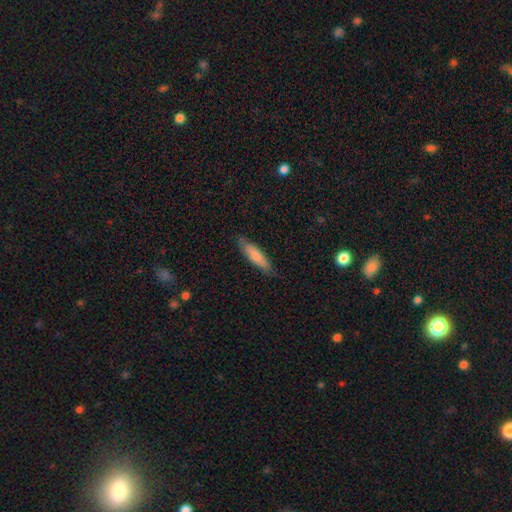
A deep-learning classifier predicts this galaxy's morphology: A smooth galaxy with no disk features (77%) that is cigar-shaped (68%). Merging: none (81%).